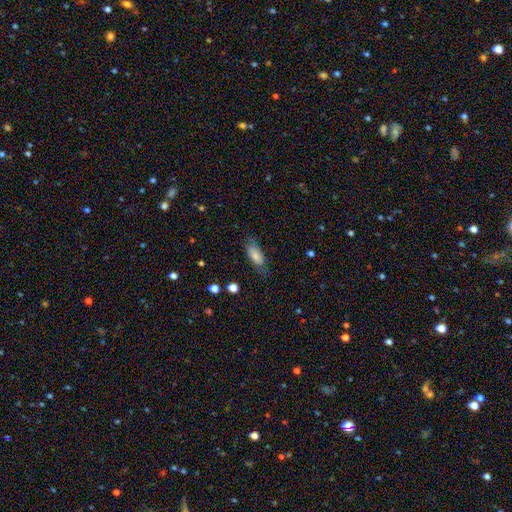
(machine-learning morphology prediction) Smooth or featured? Predicted: smooth (p=0.70). How rounded? Predicted: in between (p=0.79). Merging? Predicted: none (p=0.66).